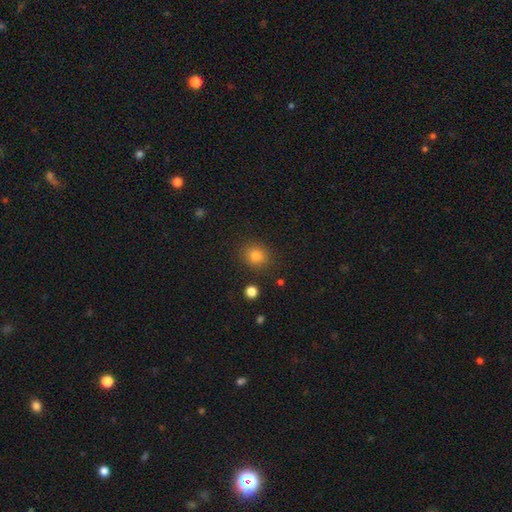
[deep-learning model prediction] Smooth or featured?
  - smooth: 81% *
  - star or artifact: 12%
  - featured or disk: 6%
How rounded?
  - round: 73% *
  - in between: 26%
  - cigar-shaped: 1%
Merging?
  - none: 86% *
  - minor disturbance: 8%
  - major disturbance: 3%
  - merger: 2%